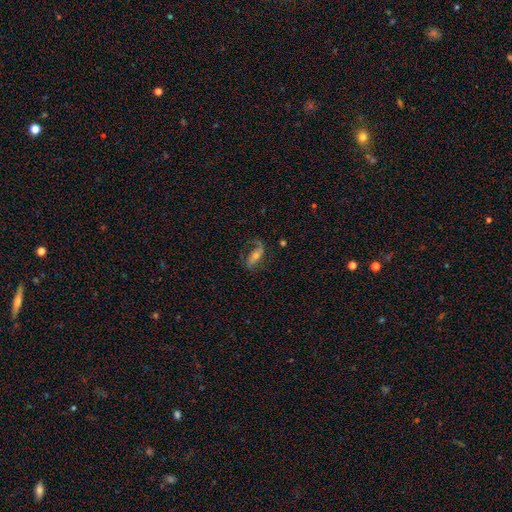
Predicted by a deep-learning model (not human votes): Overall: featured or disk (77%). Edge-on disk: no (91%). Bar: no (34%; strong 33%). Spiral arms: yes (91%). Spiral arm count: 2 (74%). Spiral winding: loose (51%; medium 35%). Bulge size: moderate (51%; small 42%). Merging: none (64%).